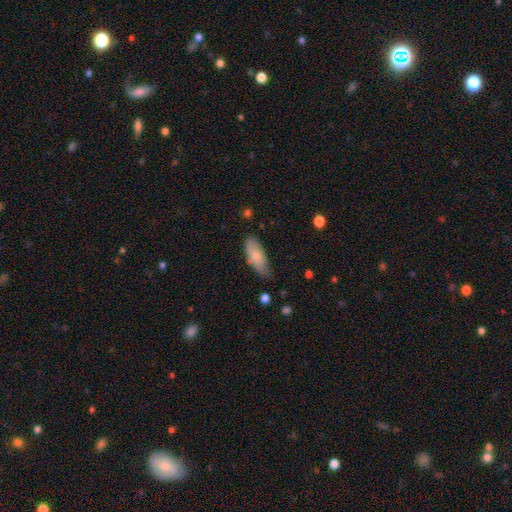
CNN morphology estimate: A smooth galaxy with no disk features (78%) that is in between round and cigar-shaped (82%).

Vote fractions:
- Smooth or featured? smooth: 78% / featured or disk: 15% / star or artifact: 6%
- How rounded? in between: 82% / cigar-shaped: 16% / round: 2%
- Merging? none: 60% / minor disturbance: 32% / major disturbance: 6% / merger: 2%